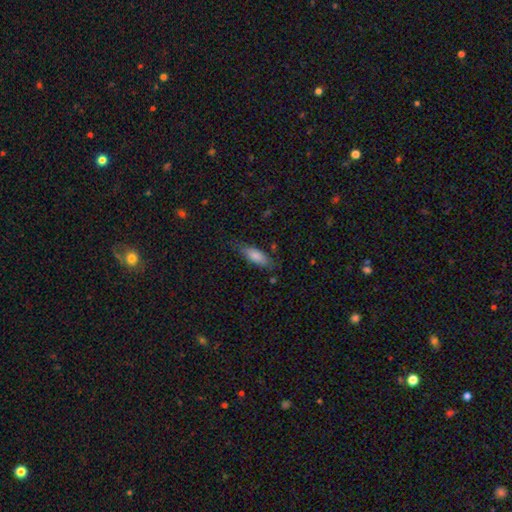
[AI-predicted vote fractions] Smooth or featured?
  - smooth: 82% *
  - featured or disk: 12%
  - star or artifact: 6%
How rounded?
  - in between: 68% *
  - cigar-shaped: 30%
  - round: 2%
Merging?
  - none: 71% *
  - minor disturbance: 21%
  - major disturbance: 6%
  - merger: 2%